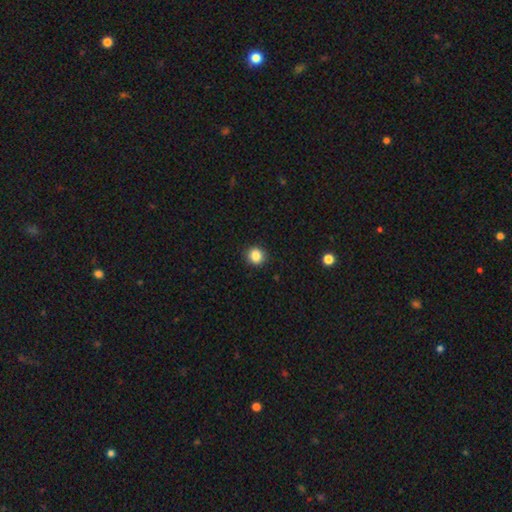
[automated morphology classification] This appears to be a smooth galaxy with no disk features (85%) that is round (86%). Merging: none (92%).